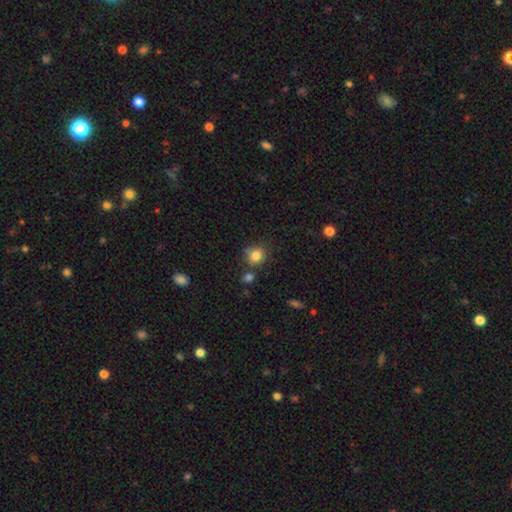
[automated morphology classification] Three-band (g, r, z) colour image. It shows a smooth galaxy with no disk features (83%) that is round (77%). Merging: none (69%).